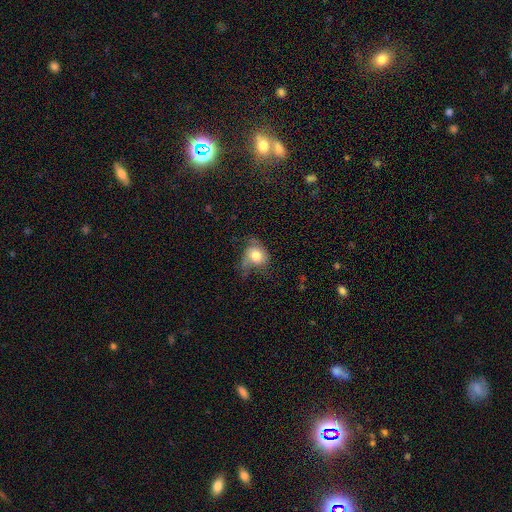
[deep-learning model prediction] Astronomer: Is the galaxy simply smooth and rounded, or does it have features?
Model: smooth — 68%.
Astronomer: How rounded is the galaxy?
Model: round — 56% (runner-up: in between, 43%).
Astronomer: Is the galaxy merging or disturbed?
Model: none — 39% (runner-up: minor disturbance, 33%).